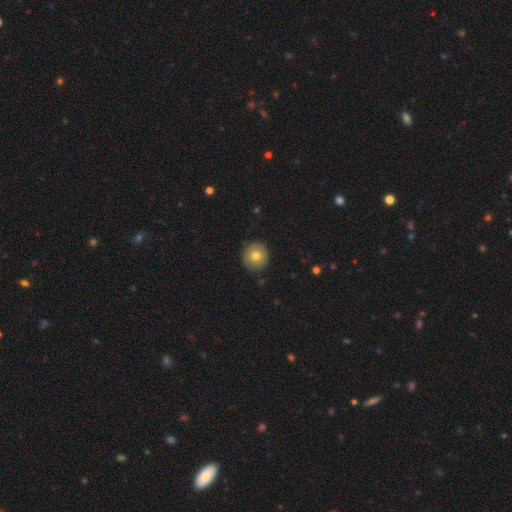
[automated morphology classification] A smooth galaxy with no disk features (73%) that is round (91%). Merging: none (88%).